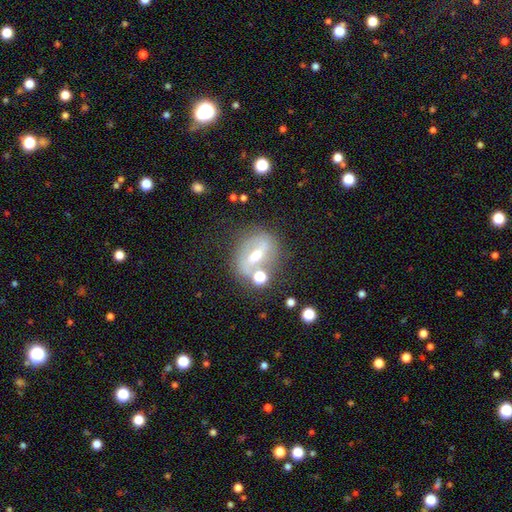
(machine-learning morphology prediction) Smooth or featured?
  - featured or disk: 65% *
  - smooth: 24%
  - star or artifact: 11%
Edge-on disk?
  - no: 84% *
  - yes: 16%
Bar?
  - strong: 59% *
  - weak: 26%
  - no: 15%
Spiral arms?
  - no: 66% *
  - yes: 34%
Bulge size?
  - moderate: 69% *
  - small: 23%
  - large: 5%
  - none: 1%
  - dominant: 1%
Merging?
  - none: 64% *
  - minor disturbance: 16%
  - merger: 13%
  - major disturbance: 8%